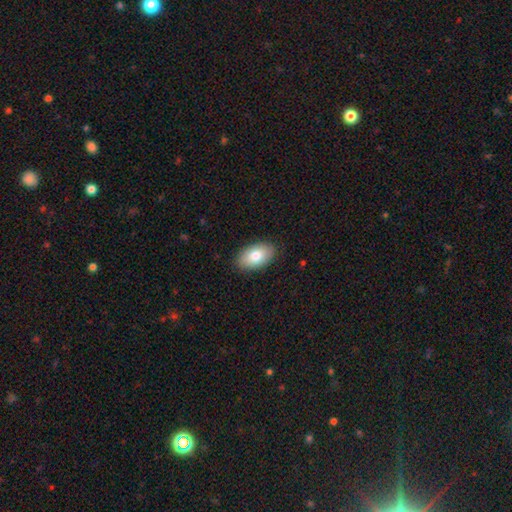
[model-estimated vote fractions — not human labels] Smooth or featured?
  - smooth: 79% *
  - featured or disk: 15%
  - star or artifact: 6%
How rounded?
  - in between: 94% *
  - round: 5%
  - cigar-shaped: 1%
Merging?
  - none: 87% *
  - minor disturbance: 10%
  - major disturbance: 2%
  - merger: 1%